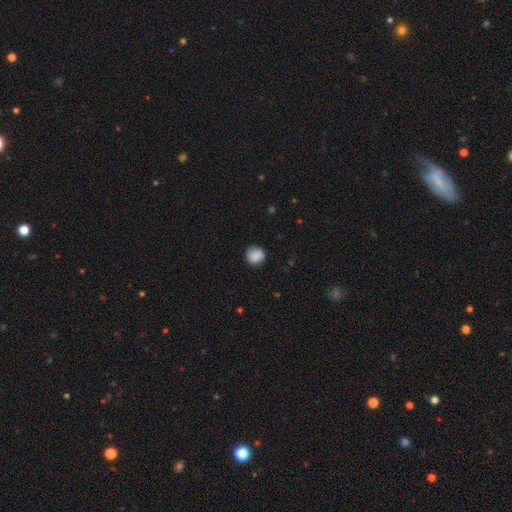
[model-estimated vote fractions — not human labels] Smooth or featured?
  - smooth: 83% *
  - featured or disk: 9%
  - star or artifact: 8%
How rounded?
  - round: 86% *
  - in between: 13%
  - cigar-shaped: 1%
Merging?
  - none: 80% *
  - minor disturbance: 15%
  - major disturbance: 4%
  - merger: 1%